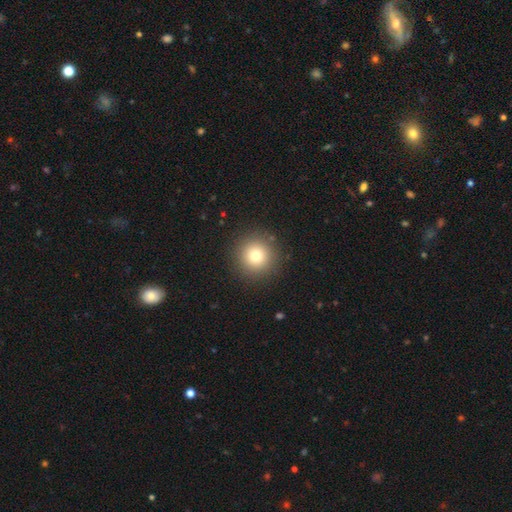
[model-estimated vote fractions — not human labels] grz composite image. It shows a smooth galaxy with no disk features (77%) that is round (95%). Merging: none (90%).